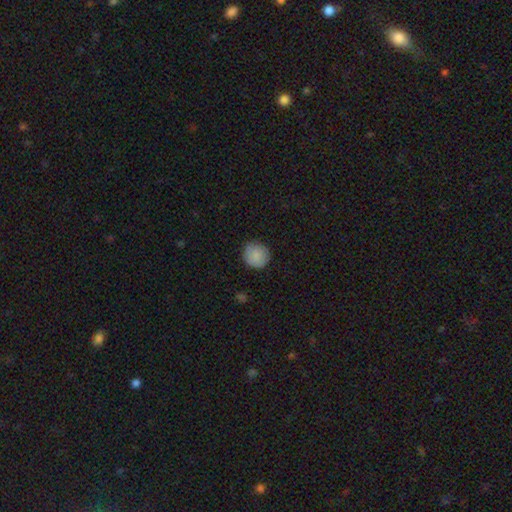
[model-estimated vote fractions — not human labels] Morphology: type=smooth (86%); roundness=round (92%); merging=none (85%).